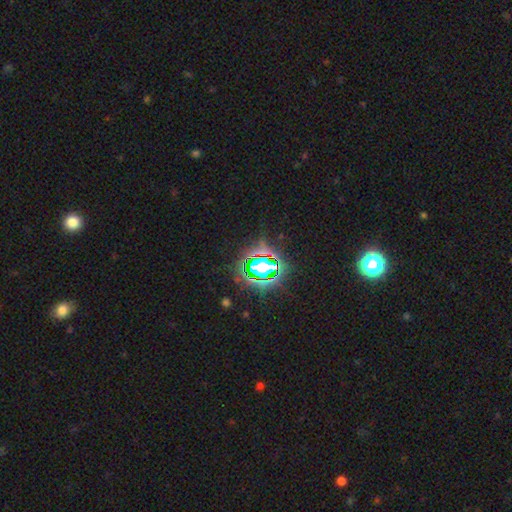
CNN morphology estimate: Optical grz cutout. It shows a star or artifact, not a galaxy (80%).